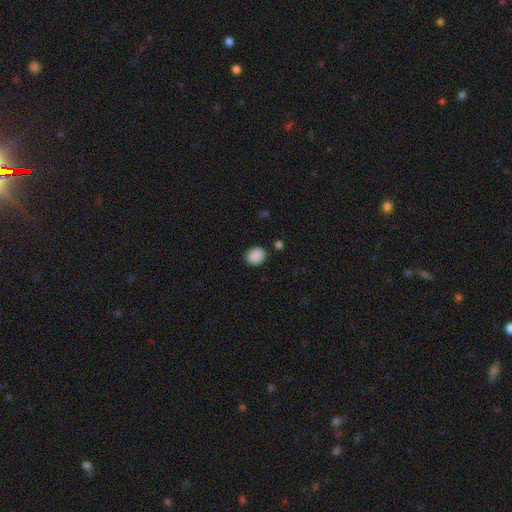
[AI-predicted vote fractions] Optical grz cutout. It shows a smooth galaxy with no disk features (89%) that is round (55%). Merging: none (84%).